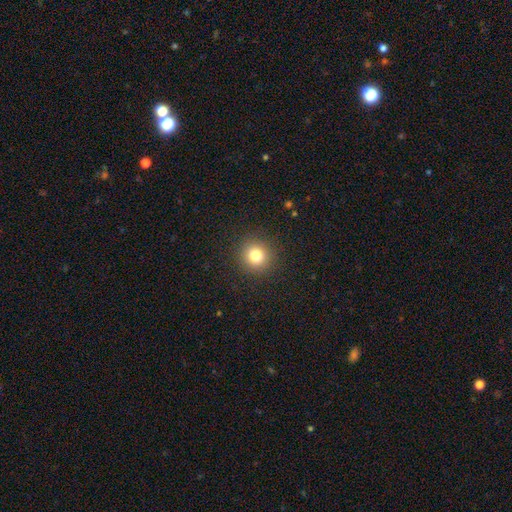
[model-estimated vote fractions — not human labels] smooth 81%, star or artifact 13%, featured or disk 7%. Down the decision tree: how rounded — round (93%); merging — none (91%).